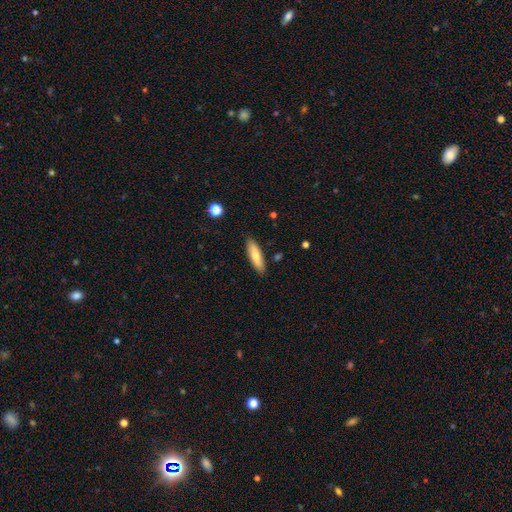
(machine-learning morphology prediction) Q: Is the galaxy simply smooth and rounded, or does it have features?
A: smooth — 72%.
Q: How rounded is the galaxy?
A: cigar-shaped — 63%.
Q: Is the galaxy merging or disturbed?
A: none — 87%.